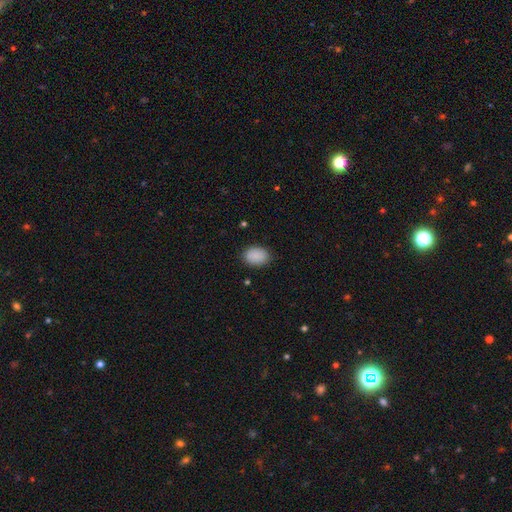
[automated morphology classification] type=smooth (90%); roundness=in between (77%); merging=none (87%).